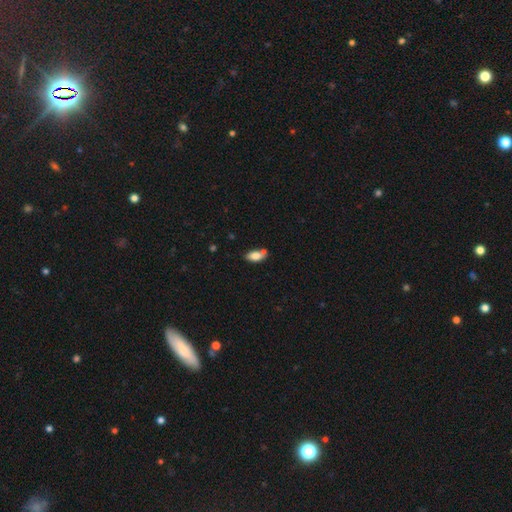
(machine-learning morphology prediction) type=smooth (80%); roundness=in between (90%); merging=none (56%).